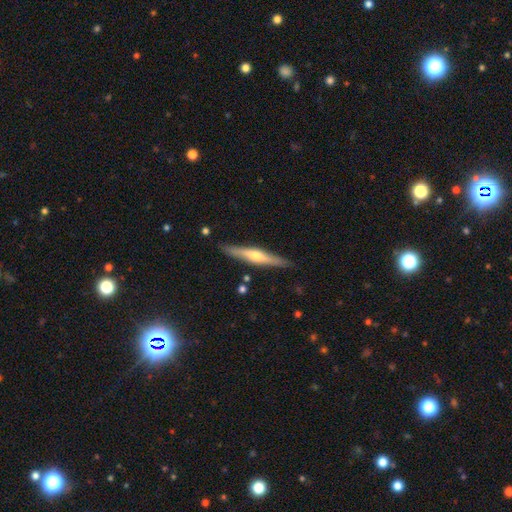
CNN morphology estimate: A featured or disk galaxy (67%) viewed edge-on (96%) with a rounded central bulge (85%). Merging: none (88%).